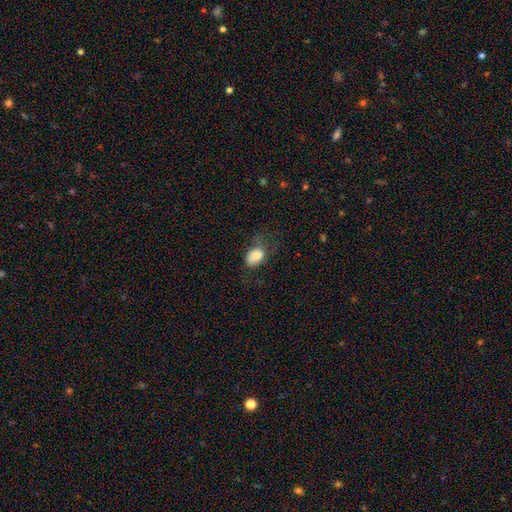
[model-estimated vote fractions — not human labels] Smooth or featured? smooth (83%)
How rounded? in between (80%)
Merging? none (42%)